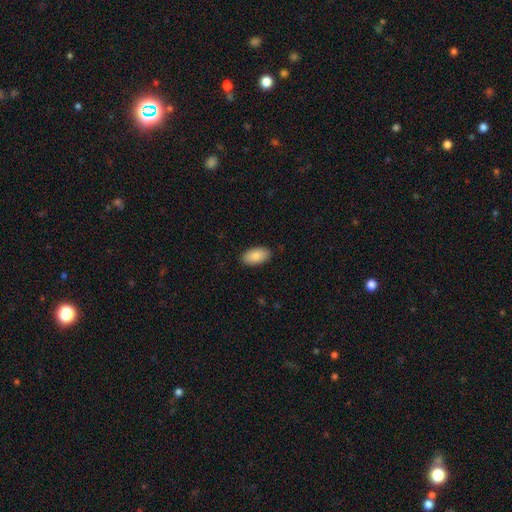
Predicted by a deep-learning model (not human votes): A smooth galaxy with no disk features (86%) that is in between round and cigar-shaped (95%).

Vote fractions:
- Smooth or featured? smooth: 86% / featured or disk: 8% / star or artifact: 6%
- How rounded? in between: 95% / round: 3% / cigar-shaped: 2%
- Merging? none: 89% / minor disturbance: 9% / major disturbance: 2% / merger: 1%